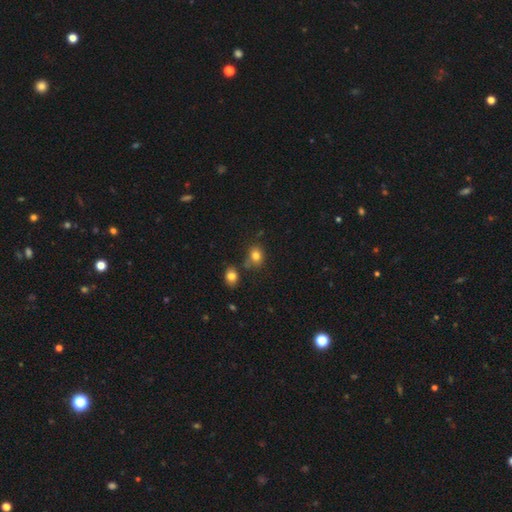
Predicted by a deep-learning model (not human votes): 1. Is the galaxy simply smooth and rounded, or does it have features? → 80% smooth, 13% star or artifact, 7% featured or disk.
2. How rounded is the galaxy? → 55% round, 43% in between, 1% cigar-shaped.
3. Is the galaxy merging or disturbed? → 65% none, 16% minor disturbance, 14% merger, 5% major disturbance.